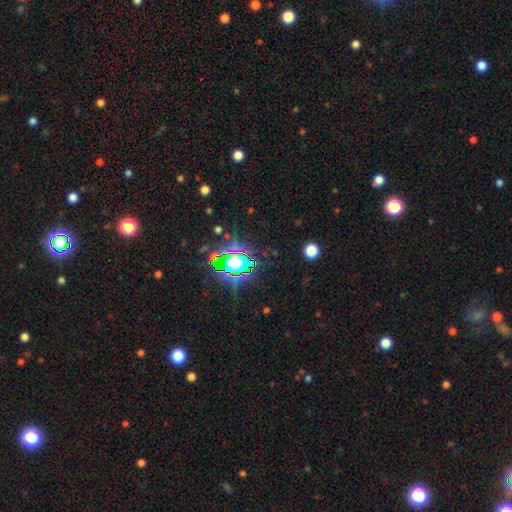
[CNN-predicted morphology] This is clearly a star or artifact rather than a galaxy (82%).